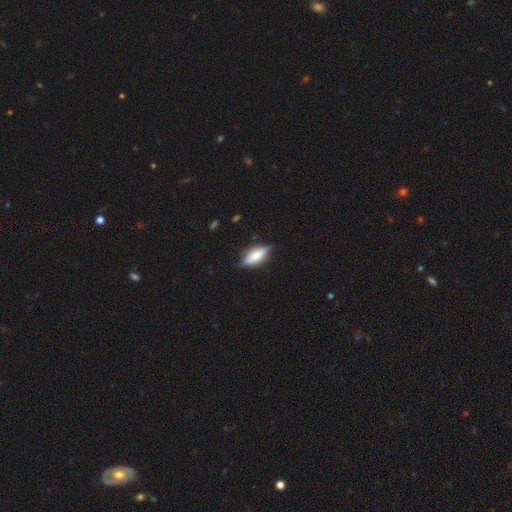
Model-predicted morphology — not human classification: smooth_or_featured: smooth (p=0.63) [alt: featured or disk p=0.30]
how_rounded: in between (p=0.68) [alt: cigar-shaped p=0.29]
merging: none (p=0.77) [alt: minor disturbance p=0.18]